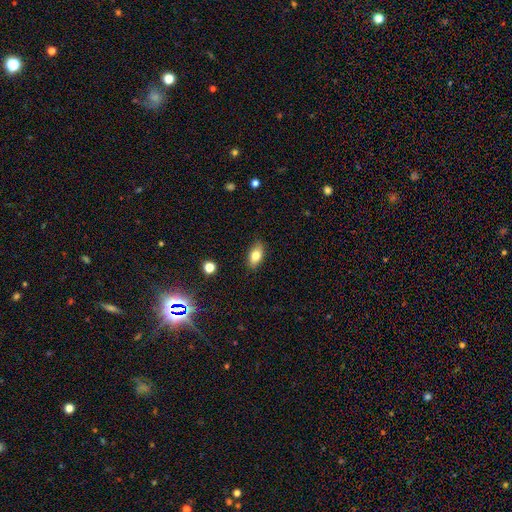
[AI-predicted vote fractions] The model was most divided on "smooth or featured": smooth: 78%, featured or disk: 14%, star or artifact: 9%. More confident: how rounded — in between (88%); merging — none (86%).